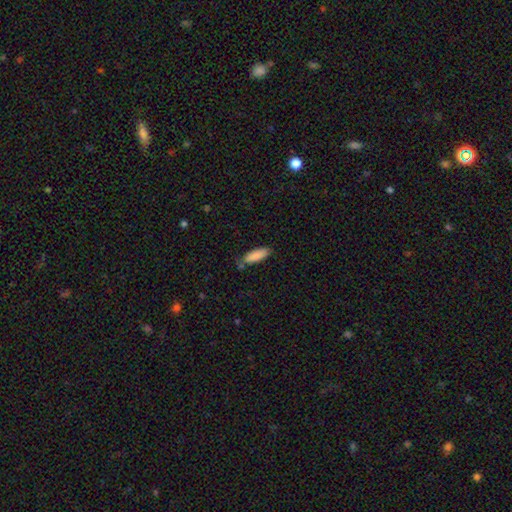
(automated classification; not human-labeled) Smooth or featured: smooth — 87% (featured or disk — 7%)
How rounded: in between — 59% (cigar-shaped — 40%)
Merging: none — 67% (minor disturbance — 22%)